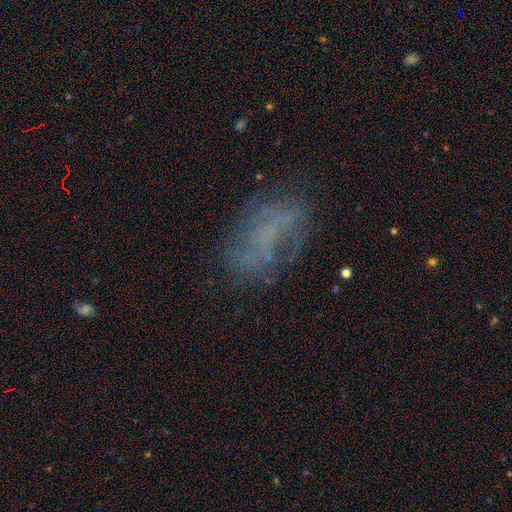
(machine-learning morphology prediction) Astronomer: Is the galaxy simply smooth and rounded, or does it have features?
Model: featured or disk — 52% (runner-up: smooth, 30%).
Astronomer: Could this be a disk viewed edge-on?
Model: no — 96%.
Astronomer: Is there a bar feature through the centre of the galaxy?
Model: no — 79%.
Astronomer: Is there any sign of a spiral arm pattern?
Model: no — 68%.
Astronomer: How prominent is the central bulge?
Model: none — 78%.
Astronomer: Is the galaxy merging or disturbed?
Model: none — 58%.